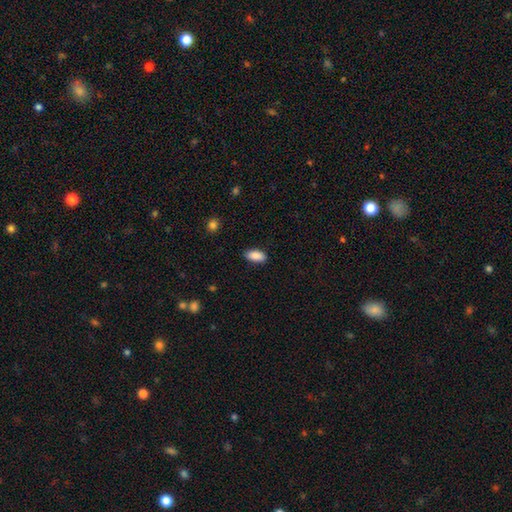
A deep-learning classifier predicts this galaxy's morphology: Overall: smooth (89%). How rounded: in between (91%). Merging: none (86%).